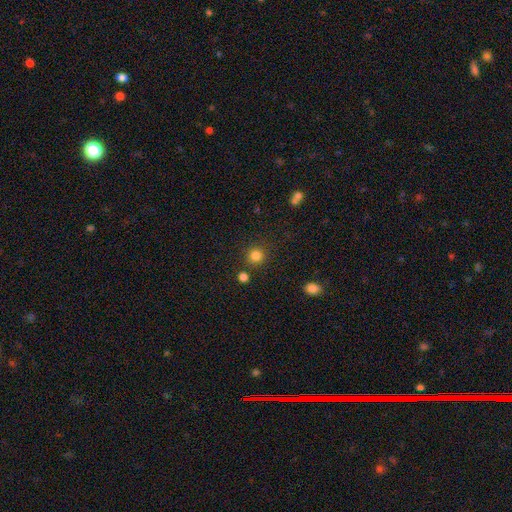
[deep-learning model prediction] Q: Smooth or featured?
A: smooth (83%); runner-up: star or artifact (13%)
Q: How rounded?
A: round (92%); runner-up: in between (7%)
Q: Merging?
A: none (84%); runner-up: minor disturbance (7%)